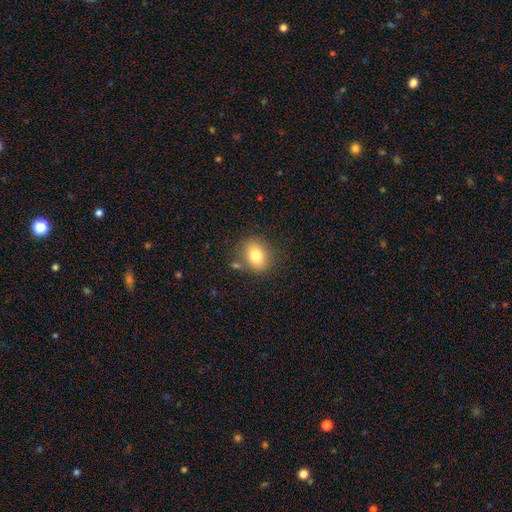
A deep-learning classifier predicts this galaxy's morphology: Smooth or featured? Predicted: smooth (p=0.80). How rounded? Predicted: in between (p=0.50). Merging? Predicted: none (p=0.78).